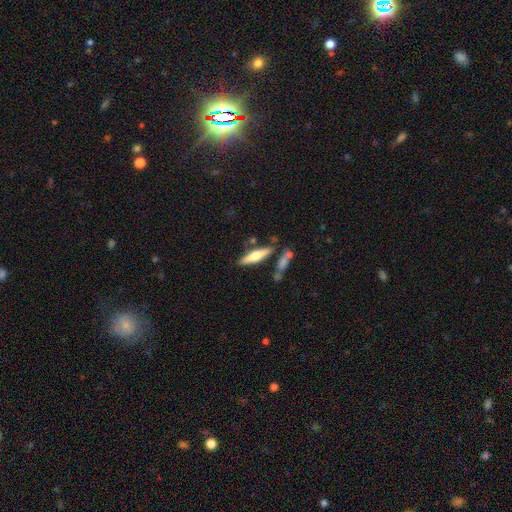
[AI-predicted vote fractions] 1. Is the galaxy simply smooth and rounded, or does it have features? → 49% smooth, 45% featured or disk, 6% star or artifact.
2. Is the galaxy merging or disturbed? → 72% none, 14% minor disturbance, 10% merger, 4% major disturbance.